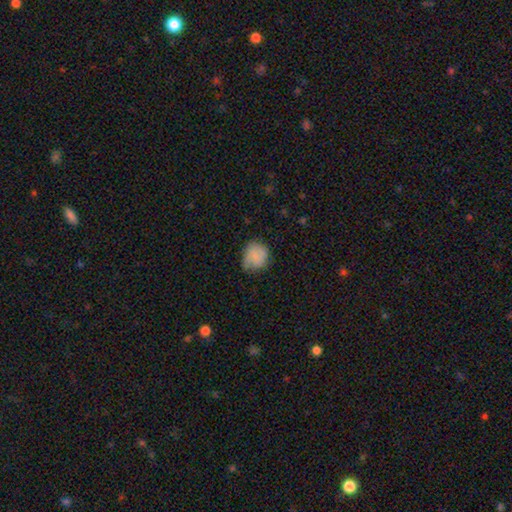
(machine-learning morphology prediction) Overall: smooth (75%). How rounded: round (75%). Merging: none (53%; minor disturbance 36%).